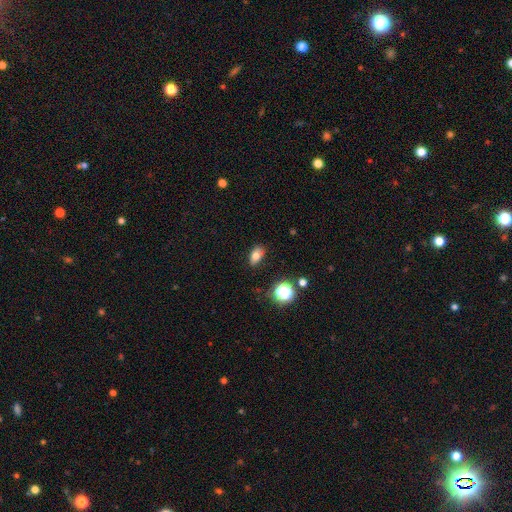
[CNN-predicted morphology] smooth-or-featured: smooth: 74% | star or artifact: 13% | featured or disk: 13%
  how-rounded: in between: 85% | round: 12% | cigar-shaped: 3%
  merging: none: 84% | minor disturbance: 12% | major disturbance: 3% | merger: 2%